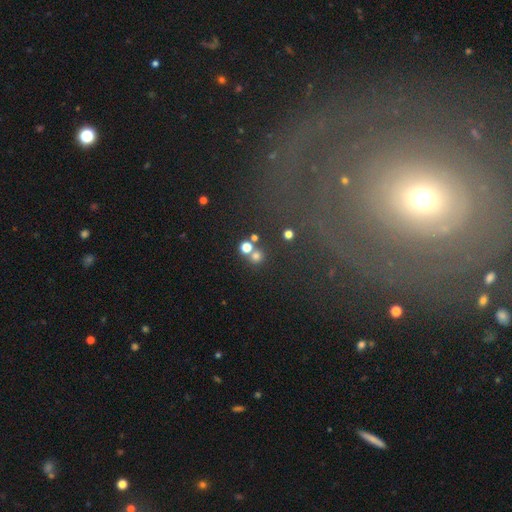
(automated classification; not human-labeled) Q: Smooth or featured?
A: smooth (71%); runner-up: star or artifact (21%)
Q: How rounded?
A: round (91%); runner-up: in between (8%)
Q: Merging?
A: none (65%); runner-up: merger (25%)